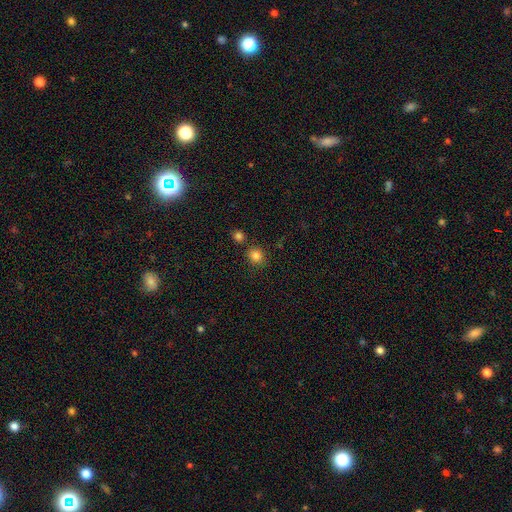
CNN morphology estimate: Smooth or featured? Predicted: smooth (p=0.84). How rounded? Predicted: round (p=0.84). Merging? Predicted: none (p=0.78).